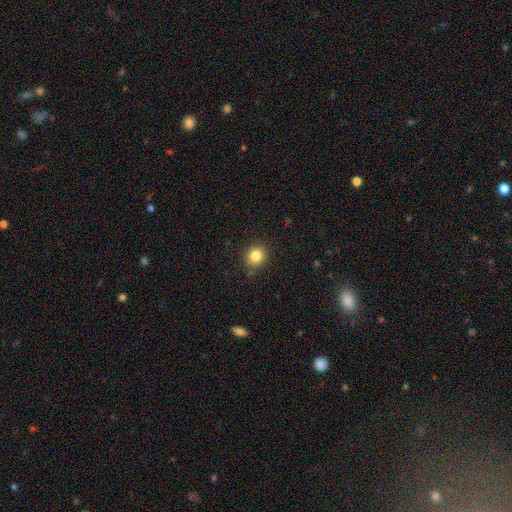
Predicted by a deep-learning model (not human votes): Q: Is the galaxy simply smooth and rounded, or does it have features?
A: smooth — 83%.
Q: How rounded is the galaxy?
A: round — 83%.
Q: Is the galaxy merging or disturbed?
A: none — 86%.